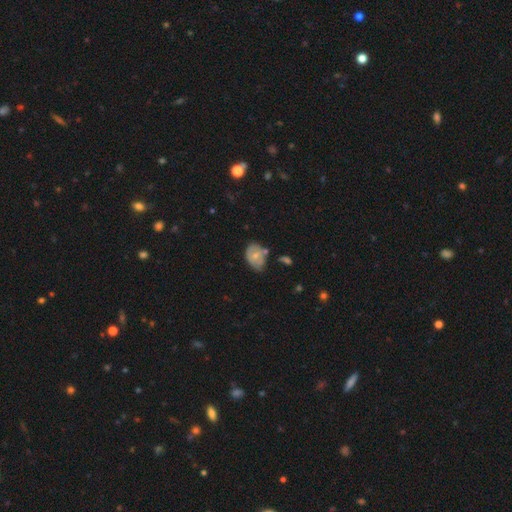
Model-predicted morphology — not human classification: smooth 57%, featured or disk 35%, star or artifact 8%. Down the decision tree: how rounded — in between (76%); merging — none (49%).